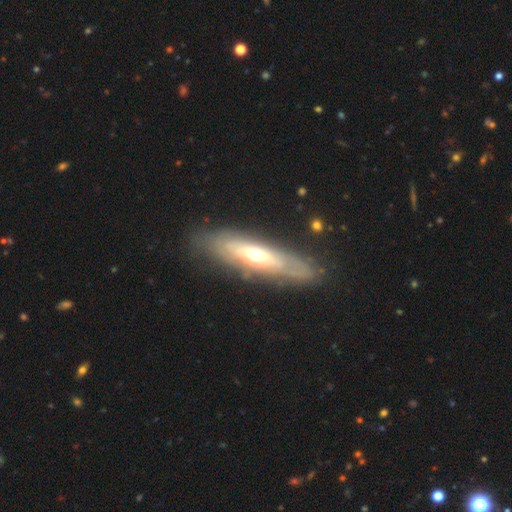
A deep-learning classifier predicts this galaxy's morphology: Smooth or featured? featured or disk (65%)
Edge-on disk? no (55%)
Merging? none (78%)